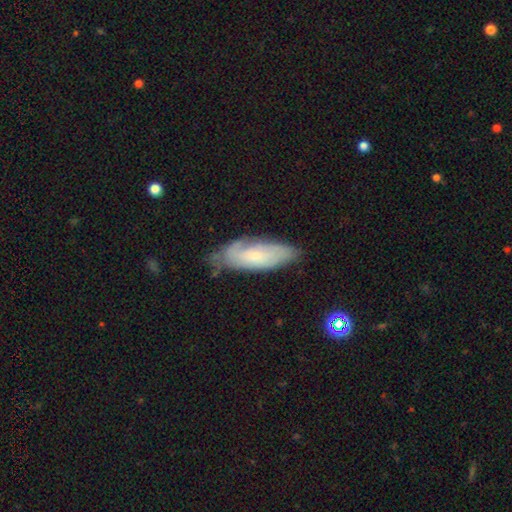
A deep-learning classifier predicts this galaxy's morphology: type=featured or disk (48%); merging=none (62%).